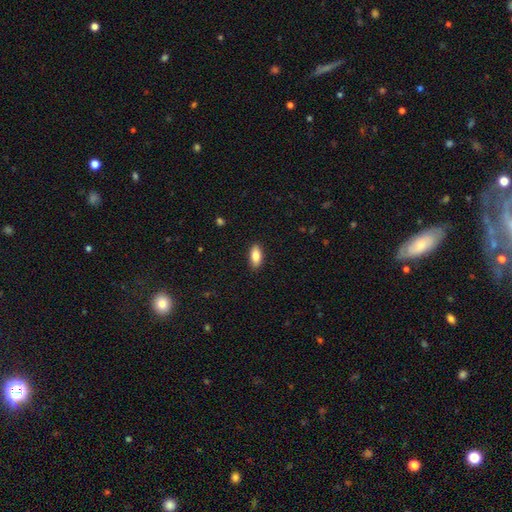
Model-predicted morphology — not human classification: Smooth or featured? Predicted: smooth (p=0.84). How rounded? Predicted: in between (p=0.86). Merging? Predicted: none (p=0.88).